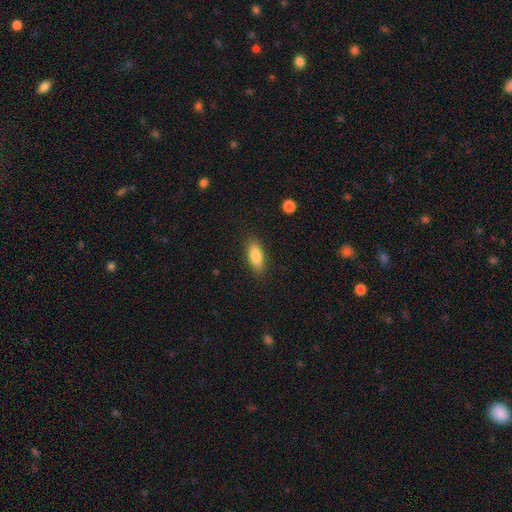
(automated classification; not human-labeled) smooth_or_featured: smooth (p=0.85) [alt: featured or disk p=0.09]
how_rounded: in between (p=0.74) [alt: cigar-shaped p=0.23]
merging: none (p=0.87) [alt: minor disturbance p=0.10]